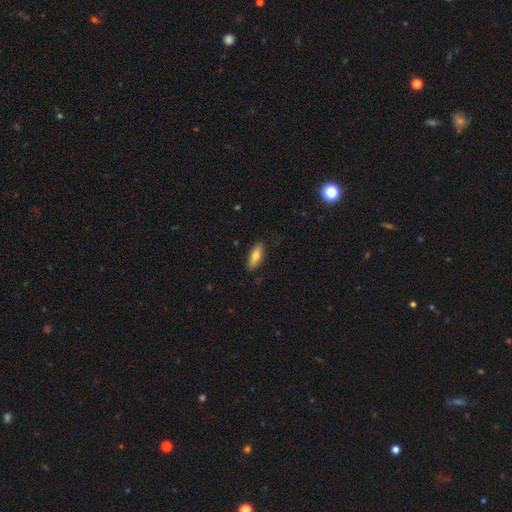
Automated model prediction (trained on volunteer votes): A smooth galaxy with no disk features (75%) that is in between round and cigar-shaped (70%).

Vote fractions:
- Smooth or featured? smooth: 75% / featured or disk: 19% / star or artifact: 6%
- How rounded? in between: 70% / cigar-shaped: 27% / round: 2%
- Merging? none: 86% / minor disturbance: 11% / major disturbance: 2% / merger: 1%